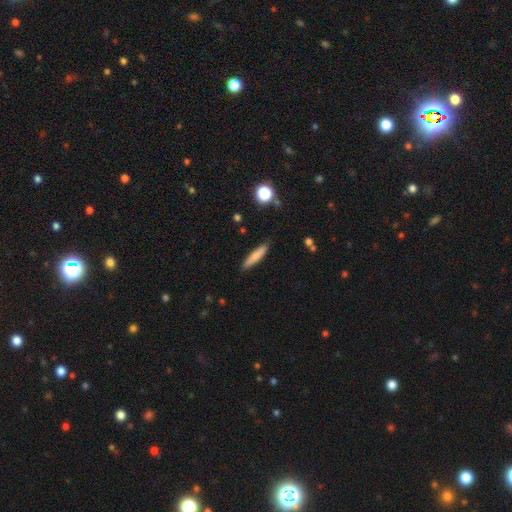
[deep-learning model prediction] This appears to be a smooth galaxy with no disk features (75%) that is cigar-shaped (88%). Merging: none (87%).